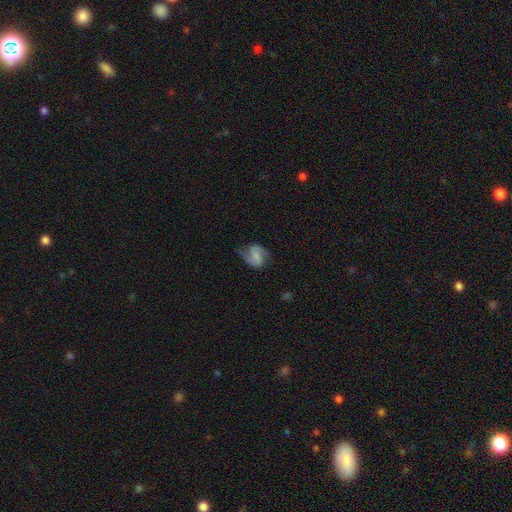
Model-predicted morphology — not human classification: A featured or disk galaxy (60%) with a weak bar (42%), 2 (86%) medium (45%) spiral arms (91%) and no central bulge (41%).

Vote fractions:
- Smooth or featured? featured or disk: 60% / smooth: 32% / star or artifact: 8%
- Edge-on disk? no: 98% / yes: 2%
- Bar? weak: 42% / no: 39% / strong: 19%
- Spiral arms? yes: 91% / no: 9%
- Spiral winding? medium: 45% / loose: 36% / tight: 19%
- Spiral arm count? 2: 86% / can't tell: 6% / 1: 4% / 3: 2% / 4: 1% / more than 4: 1%
- Bulge size? none: 41% / small: 33% / moderate: 19% / large: 5% / dominant: 2%
- Merging? none: 64% / minor disturbance: 23% / major disturbance: 12% / merger: 2%